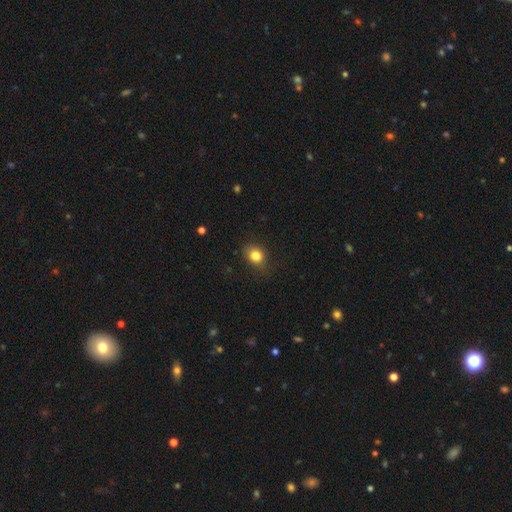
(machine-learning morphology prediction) Smooth or featured? smooth (83%)
How rounded? round (54%)
Merging? none (79%)